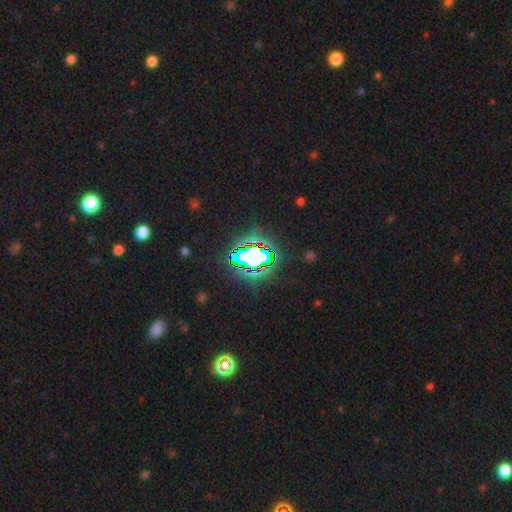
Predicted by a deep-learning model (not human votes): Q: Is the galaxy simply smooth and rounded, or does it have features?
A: star or artifact — 68%.